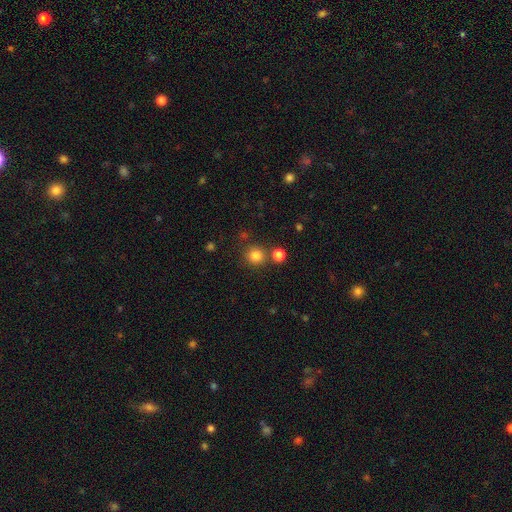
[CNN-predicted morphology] smooth_or_featured: smooth (p=0.82) [alt: star or artifact p=0.13]
how_rounded: round (p=0.93) [alt: in between p=0.06]
merging: none (p=0.79) [alt: merger p=0.10]